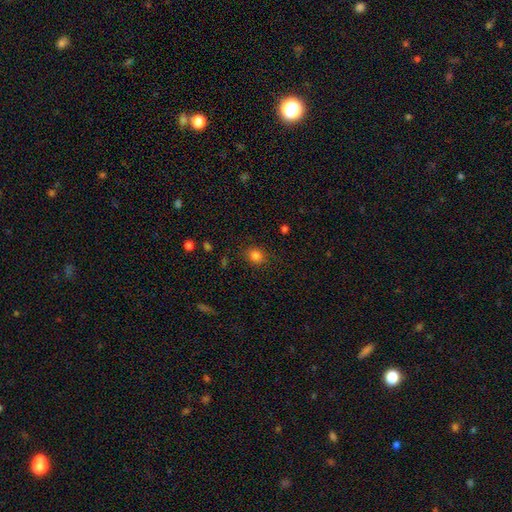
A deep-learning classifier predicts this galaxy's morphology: This is clearly a smooth galaxy (83%). How rounded: likely round (72%). Merging: clearly none (84%).